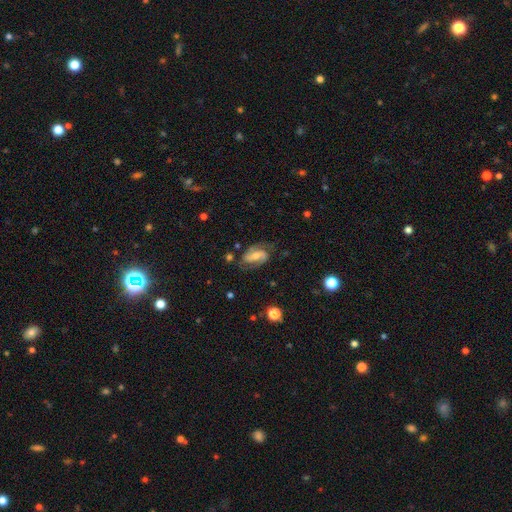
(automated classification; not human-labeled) Overall: featured or disk (81%). Edge-on disk: no (97%). Bar: weak (42%; no 32%). Spiral arms: yes (95%). Spiral arm count: 2 (89%). Spiral winding: medium (51%; tight 26%). Bulge size: moderate (47%; small 42%). Merging: none (72%).